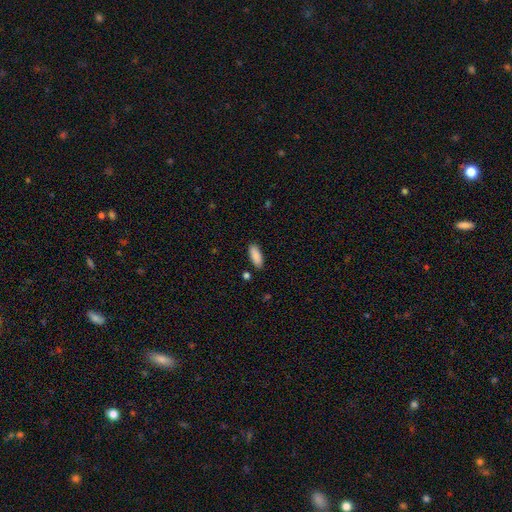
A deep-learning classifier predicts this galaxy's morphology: smooth 89%, star or artifact 6%, featured or disk 4%. Down the decision tree: how rounded — in between (76%); merging — none (86%).